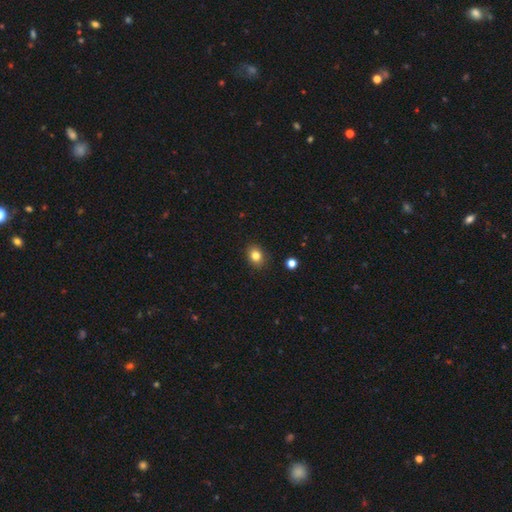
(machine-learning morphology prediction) Smooth or featured? Predicted: smooth (p=0.83). How rounded? Predicted: round (p=0.52). Merging? Predicted: none (p=0.89).